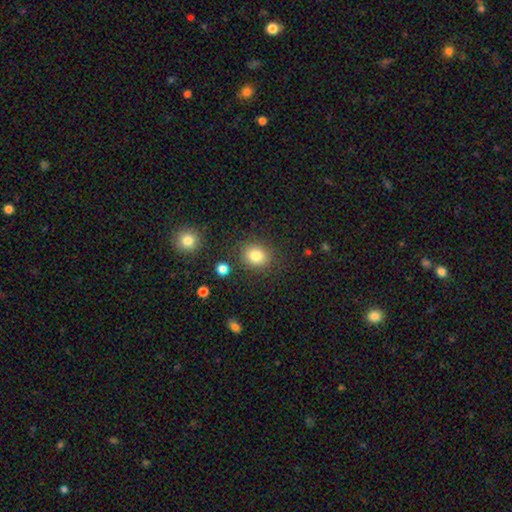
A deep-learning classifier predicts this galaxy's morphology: A smooth galaxy with no disk features (83%) that is round (68%).

Vote fractions:
- Smooth or featured? smooth: 83% / star or artifact: 11% / featured or disk: 7%
- How rounded? round: 68% / in between: 31% / cigar-shaped: 1%
- Merging? none: 83% / minor disturbance: 10% / major disturbance: 4% / merger: 3%